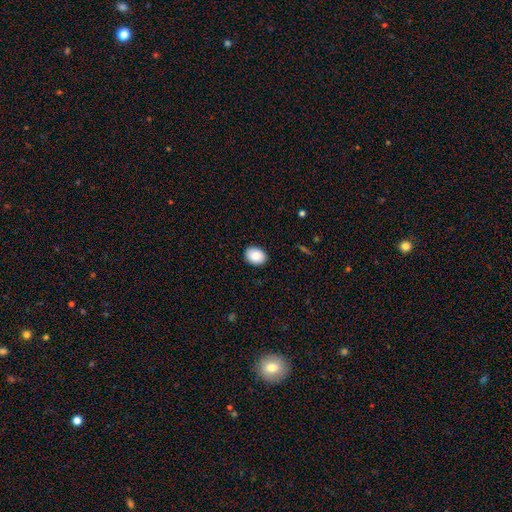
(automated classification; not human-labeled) Overall: smooth (88%). How rounded: in between (68%; round 31%). Merging: none (90%).